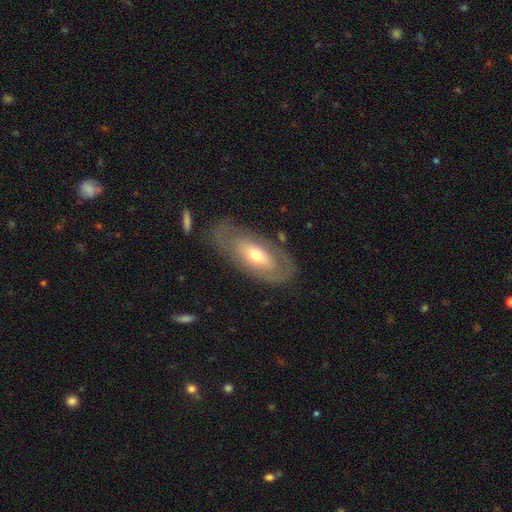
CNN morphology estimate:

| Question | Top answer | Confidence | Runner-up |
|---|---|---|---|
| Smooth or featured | featured or disk | 57% | smooth (37%) |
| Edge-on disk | no | 84% | yes (16%) |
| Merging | none | 73% | minor disturbance (16%) |